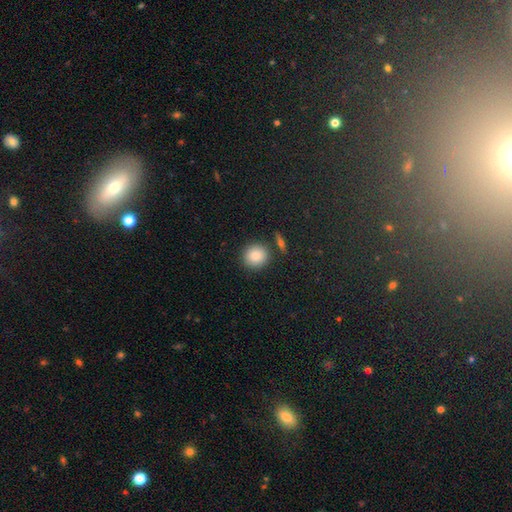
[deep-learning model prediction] This appears to be a smooth galaxy with no disk features (85%) that is round (90%). Merging: none (84%).